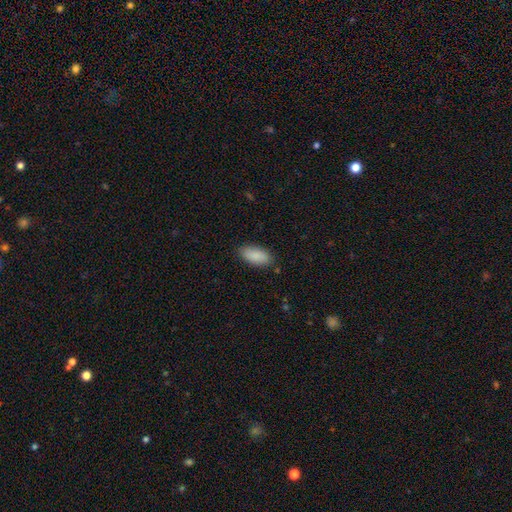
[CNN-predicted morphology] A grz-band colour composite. It shows a smooth galaxy with no disk features (89%) that is in between round and cigar-shaped (90%). Merging: none (85%).